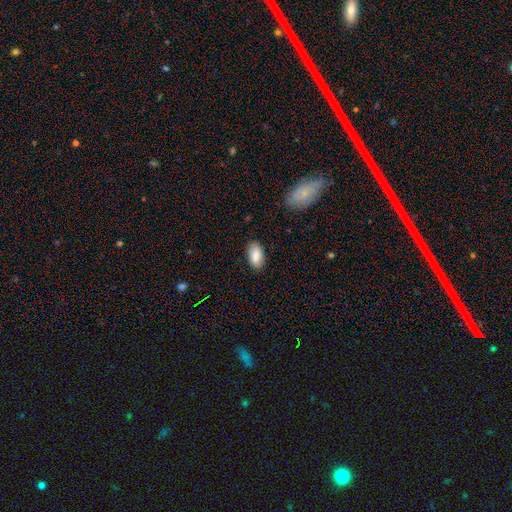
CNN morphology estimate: Q: Smooth or featured?
A: smooth (86%); runner-up: featured or disk (7%)
Q: How rounded?
A: in between (94%); runner-up: round (3%)
Q: Merging?
A: none (87%); runner-up: minor disturbance (10%)